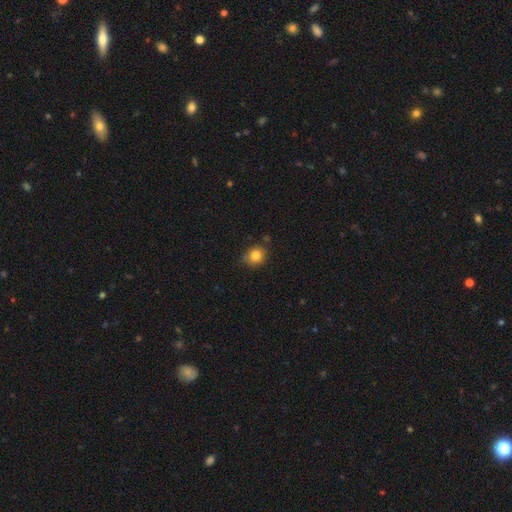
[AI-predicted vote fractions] Smooth or featured? smooth (83%)
How rounded? round (79%)
Merging? none (79%)